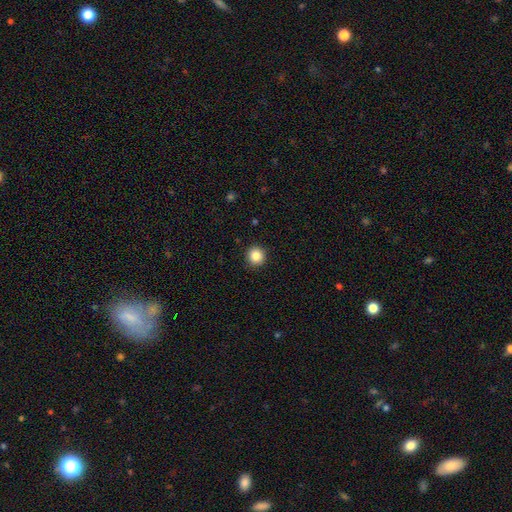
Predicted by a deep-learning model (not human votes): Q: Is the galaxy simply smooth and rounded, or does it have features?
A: smooth — 85%.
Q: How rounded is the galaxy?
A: round — 94%.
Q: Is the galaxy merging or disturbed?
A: none — 93%.